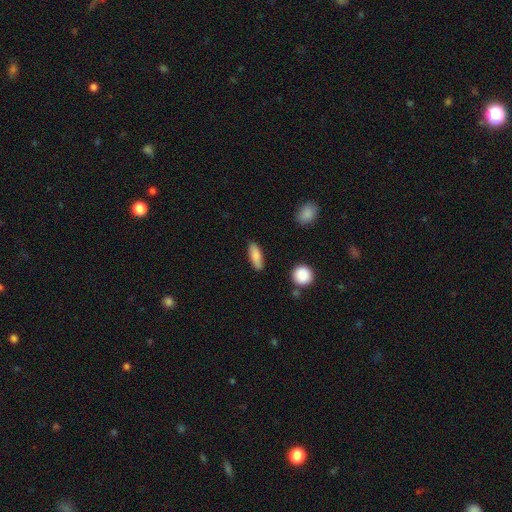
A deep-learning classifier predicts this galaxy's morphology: smooth-or-featured: smooth: 83% | featured or disk: 11% | star or artifact: 7%
  how-rounded: in between: 60% | cigar-shaped: 37% | round: 3%
  merging: none: 84% | minor disturbance: 11% | major disturbance: 2% | merger: 2%